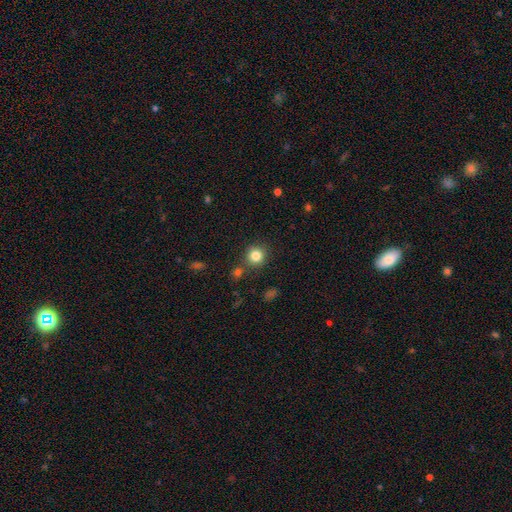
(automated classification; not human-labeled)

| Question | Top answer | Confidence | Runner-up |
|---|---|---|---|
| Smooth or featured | smooth | 83% | star or artifact (12%) |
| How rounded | round | 90% | in between (9%) |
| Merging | none | 80% | minor disturbance (9%) |